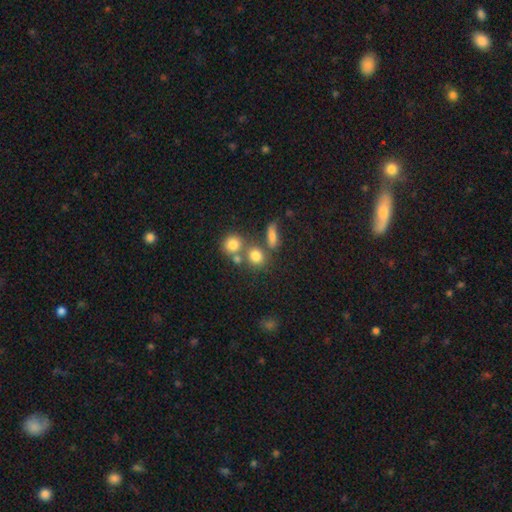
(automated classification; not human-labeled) smooth-or-featured: smooth: 76% | star or artifact: 14% | featured or disk: 11%
  how-rounded: round: 75% | in between: 23% | cigar-shaped: 2%
  merging: none: 54% | merger: 31% | minor disturbance: 10% | major disturbance: 5%